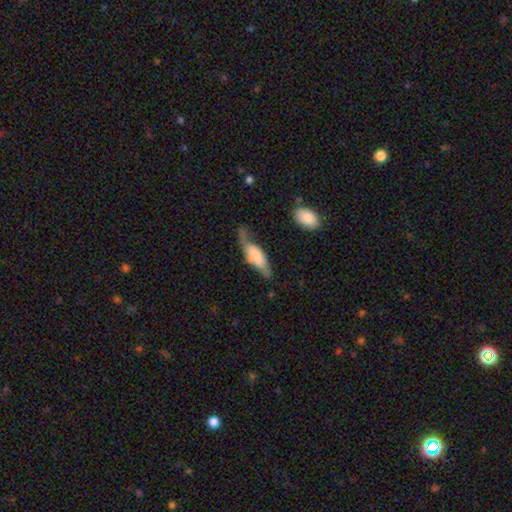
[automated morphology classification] smooth 55%, featured or disk 39%, star or artifact 6%. Down the decision tree: how rounded — in between (64%); merging — none (38%).